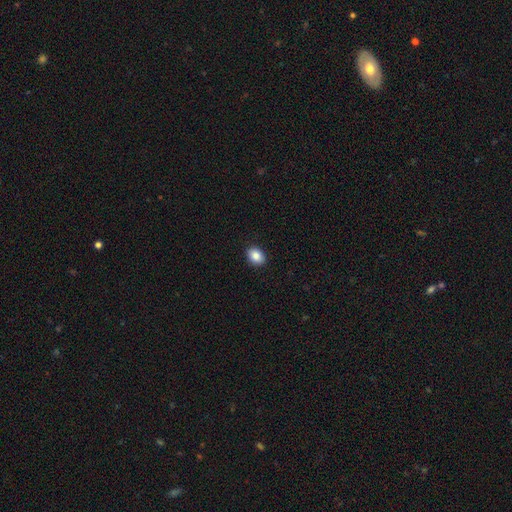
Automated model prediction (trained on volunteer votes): A smooth galaxy with no disk features (87%) that is in between round and cigar-shaped (64%). Merging: none (91%).